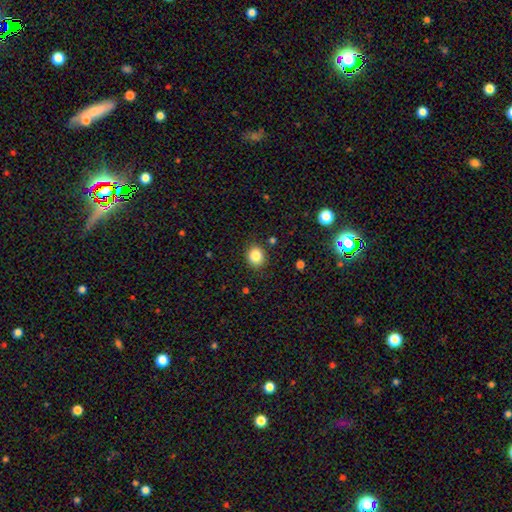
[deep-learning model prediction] This is clearly a smooth galaxy (85%). How rounded: likely round (75%). Merging: clearly none (88%).